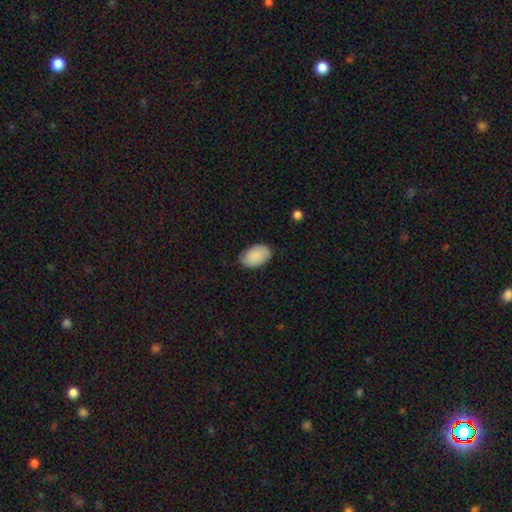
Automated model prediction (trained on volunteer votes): Smooth or featured?
  - smooth: 89% *
  - star or artifact: 6%
  - featured or disk: 5%
How rounded?
  - in between: 93% *
  - round: 6%
  - cigar-shaped: 1%
Merging?
  - none: 78% *
  - minor disturbance: 18%
  - major disturbance: 3%
  - merger: 1%